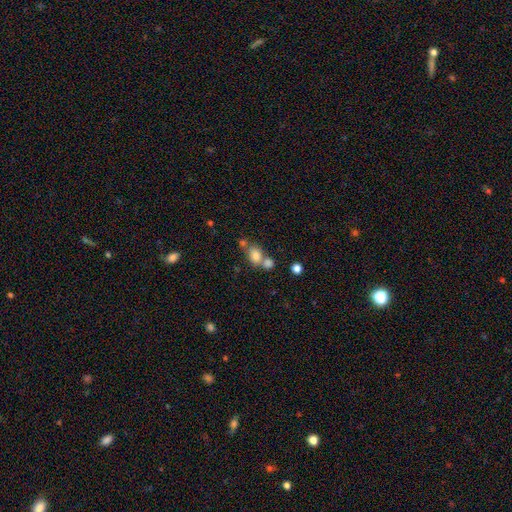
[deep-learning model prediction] This appears to be a smooth galaxy with no disk features (79%) that is in between round and cigar-shaped (63%). Merging: merger (44%).